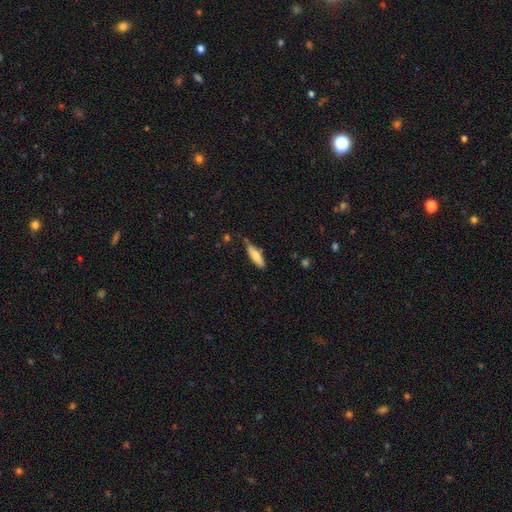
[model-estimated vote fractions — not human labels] A smooth galaxy with no disk features (74%) that is cigar-shaped (52%). Merging: none (71%).